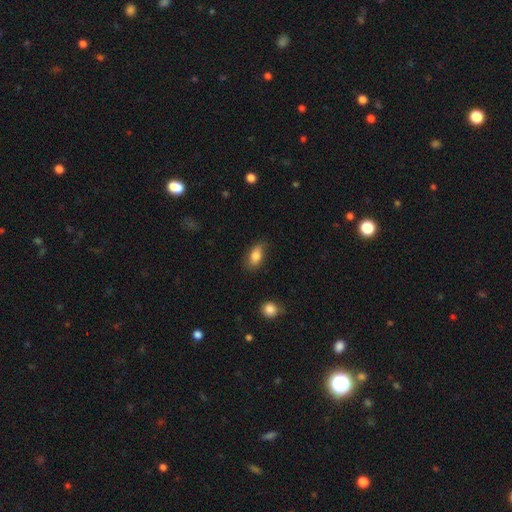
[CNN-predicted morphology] Smooth or featured? Predicted: smooth (p=0.82). How rounded? Predicted: in between (p=0.89). Merging? Predicted: none (p=0.76).